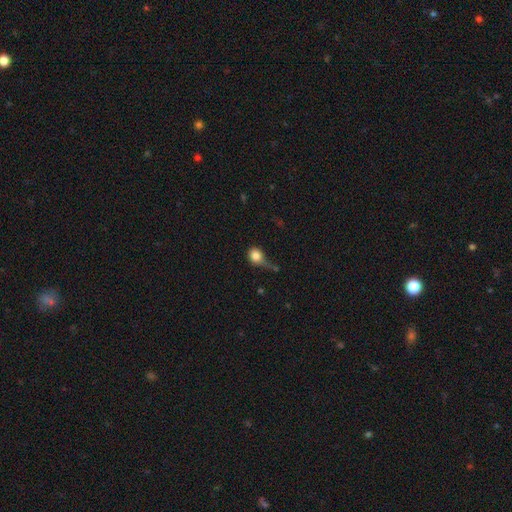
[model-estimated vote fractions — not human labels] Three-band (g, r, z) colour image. It shows a smooth galaxy with no disk features (79%) that is round (71%). Merging: major disturbance (32%).